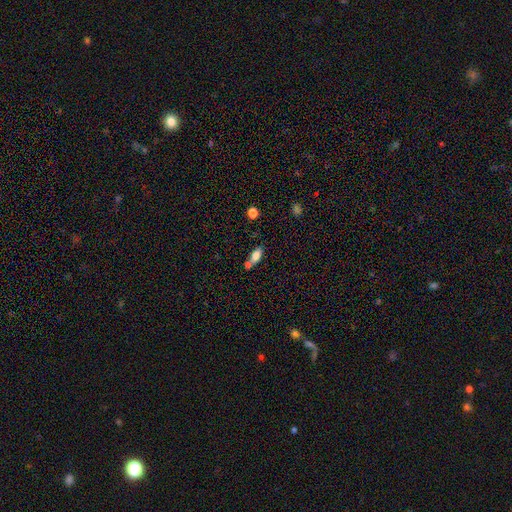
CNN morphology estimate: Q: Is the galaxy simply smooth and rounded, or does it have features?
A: smooth — 77%.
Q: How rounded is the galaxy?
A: in between — 82%.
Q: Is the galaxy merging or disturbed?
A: none — 50%.